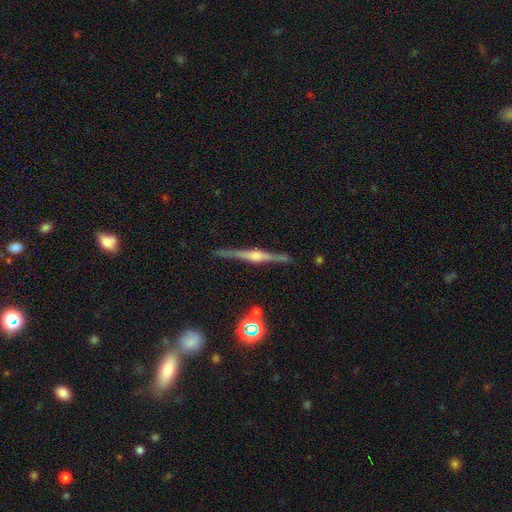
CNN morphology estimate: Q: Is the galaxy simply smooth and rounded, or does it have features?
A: featured or disk — 84%.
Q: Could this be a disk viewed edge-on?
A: yes — 98%.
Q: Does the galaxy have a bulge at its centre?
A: rounded — 78%.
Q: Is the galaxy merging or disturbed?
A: none — 89%.